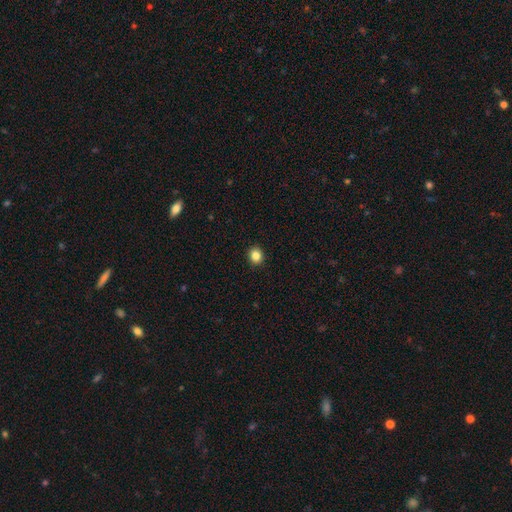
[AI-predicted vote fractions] Morphology: type=smooth (85%); roundness=round (76%); merging=none (92%).